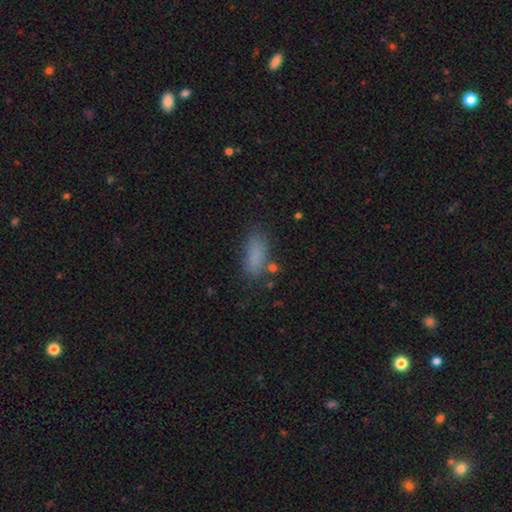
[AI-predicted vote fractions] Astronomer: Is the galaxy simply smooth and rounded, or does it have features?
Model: smooth — 82%.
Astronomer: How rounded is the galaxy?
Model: in between — 75%.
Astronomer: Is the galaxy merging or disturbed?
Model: none — 72%.